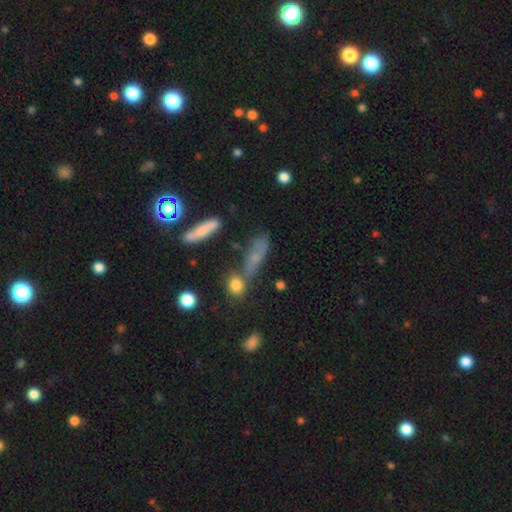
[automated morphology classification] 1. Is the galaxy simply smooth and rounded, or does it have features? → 55% smooth, 26% featured or disk, 19% star or artifact.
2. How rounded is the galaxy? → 47% cigar-shaped, 42% in between, 11% round.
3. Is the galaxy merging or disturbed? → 47% none, 21% merger, 21% minor disturbance, 12% major disturbance.